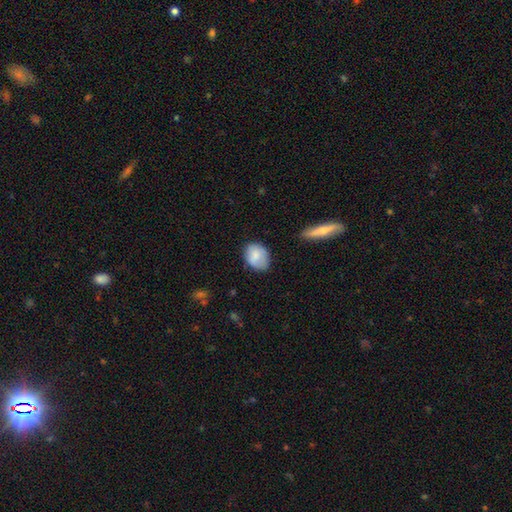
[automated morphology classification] Smooth or featured? smooth (81%)
How rounded? in between (63%)
Merging? none (69%)